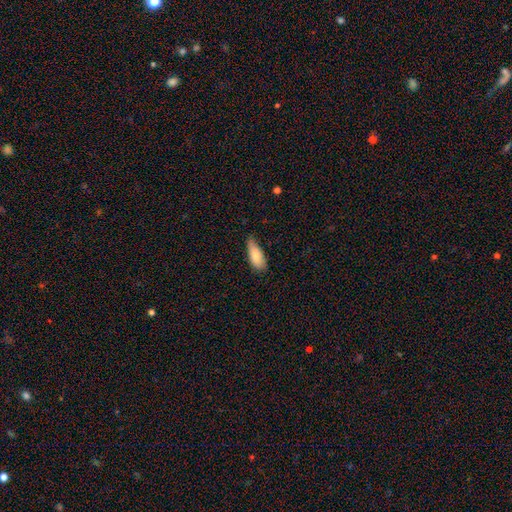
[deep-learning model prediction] A smooth galaxy with no disk features (81%) that is in between round and cigar-shaped (82%).

Vote fractions:
- Smooth or featured? smooth: 81% / featured or disk: 13% / star or artifact: 6%
- How rounded? in between: 82% / cigar-shaped: 16% / round: 2%
- Merging? none: 49% / minor disturbance: 42% / major disturbance: 7% / merger: 2%